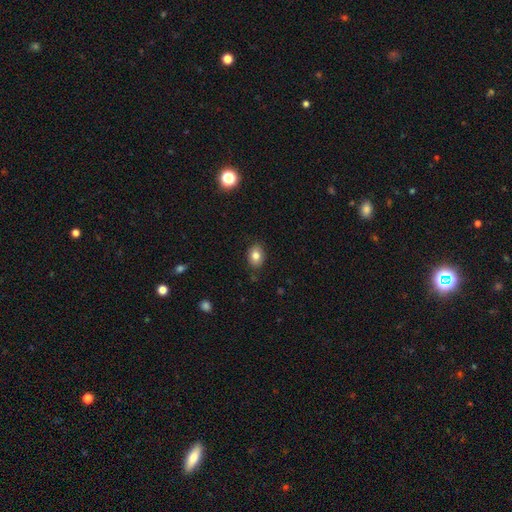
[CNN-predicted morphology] smooth 81%, featured or disk 10%, star or artifact 9%. Down the decision tree: how rounded — in between (74%); merging — none (85%).